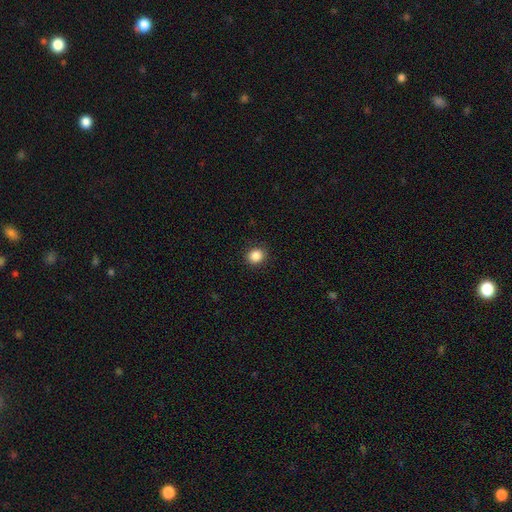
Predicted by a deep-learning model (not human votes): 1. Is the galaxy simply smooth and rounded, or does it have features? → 87% smooth, 10% star or artifact, 3% featured or disk.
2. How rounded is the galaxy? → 77% round, 22% in between, 1% cigar-shaped.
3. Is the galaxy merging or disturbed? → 89% none, 7% minor disturbance, 2% major disturbance, 1% merger.